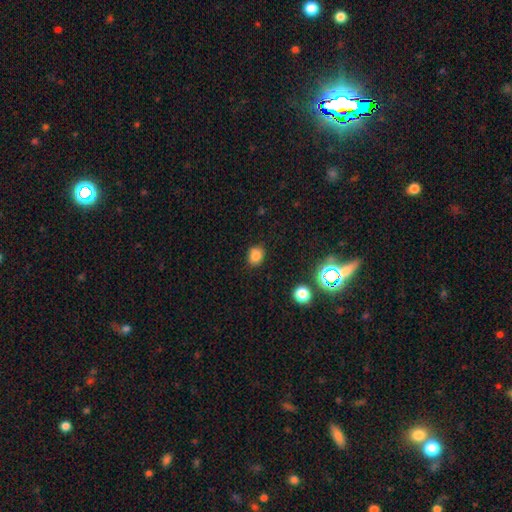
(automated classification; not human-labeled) Smooth or featured: smooth — 80% (star or artifact — 14%)
How rounded: round — 55% (in between — 44%)
Merging: none — 82% (minor disturbance — 13%)